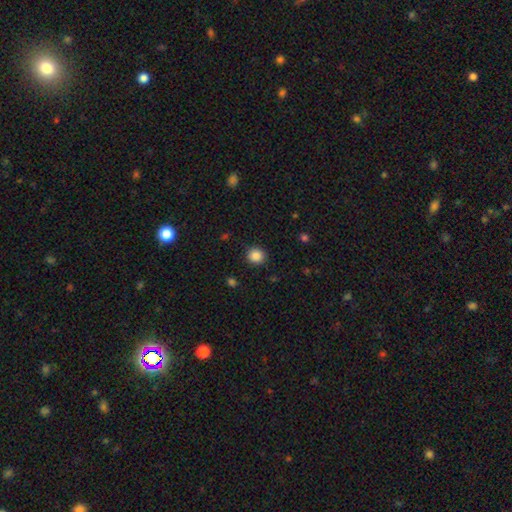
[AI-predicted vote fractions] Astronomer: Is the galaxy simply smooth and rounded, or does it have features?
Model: smooth — 86%.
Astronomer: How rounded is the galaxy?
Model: round — 89%.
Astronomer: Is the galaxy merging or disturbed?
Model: none — 90%.